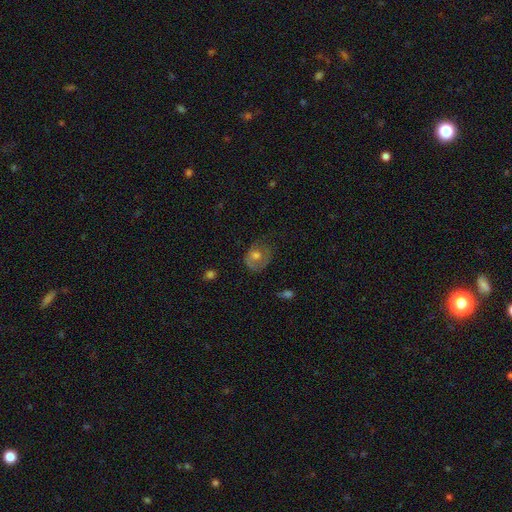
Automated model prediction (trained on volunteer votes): The model was most divided on "how rounded": round: 53%, in between: 46%, cigar-shaped: 1%. Remaining: smooth or featured — smooth (53%); merging — none (48%).